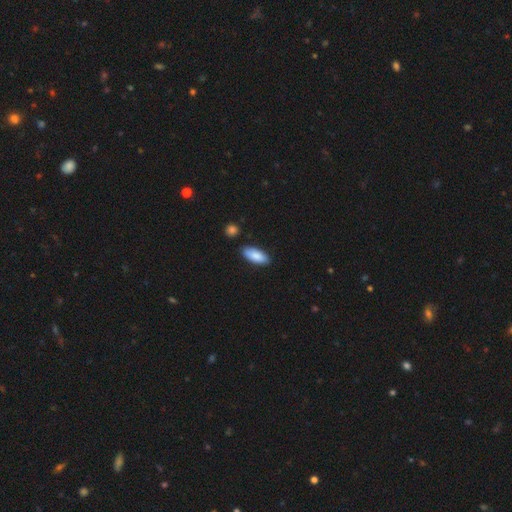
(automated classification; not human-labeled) The model was most divided on "how rounded": in between: 83%, cigar-shaped: 15%, round: 2%. More confident: smooth or featured — smooth (86%); merging — none (85%).